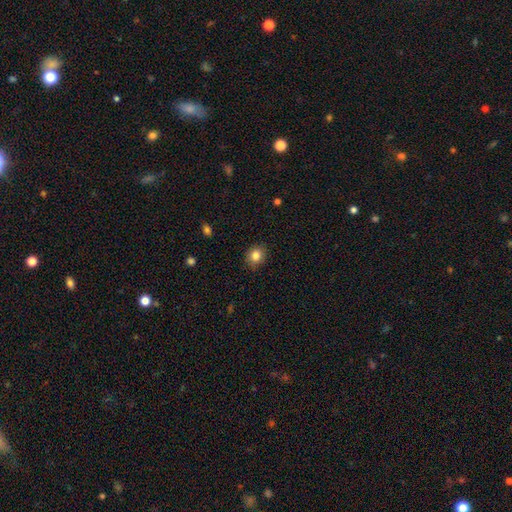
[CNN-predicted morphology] This appears to be a smooth galaxy with no disk features (83%) that is round (69%). Merging: none (86%).